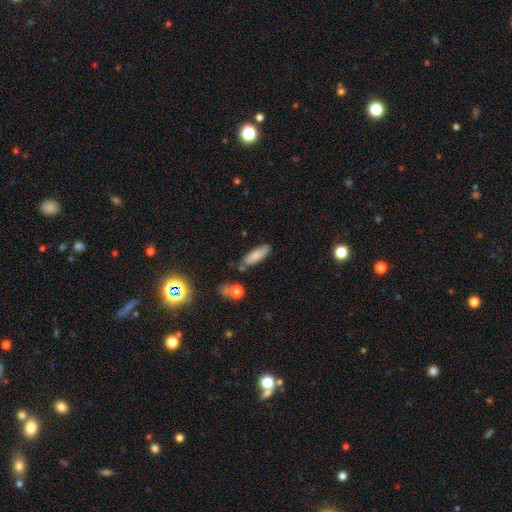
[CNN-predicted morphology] Smooth or featured? Predicted: smooth (p=0.79). How rounded? Predicted: in between (p=0.55). Merging? Predicted: none (p=0.70).